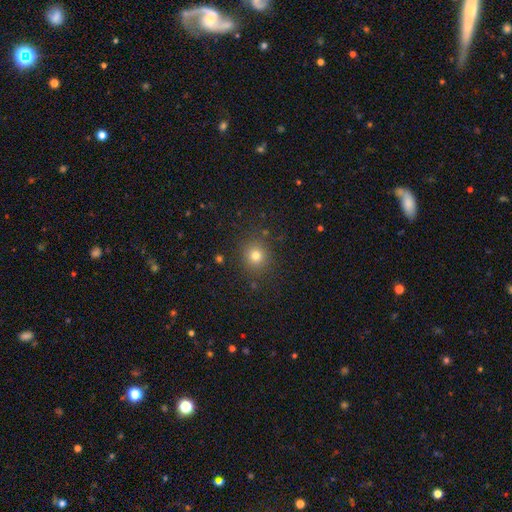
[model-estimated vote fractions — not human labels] This is likely a smooth galaxy (77%). How rounded: clearly round (89%). Merging: clearly none (87%).